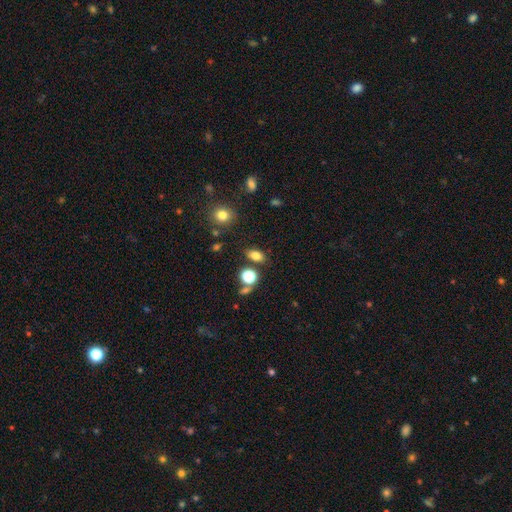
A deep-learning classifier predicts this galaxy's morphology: Smooth or featured? smooth (79%)
How rounded? in between (81%)
Merging? none (79%)